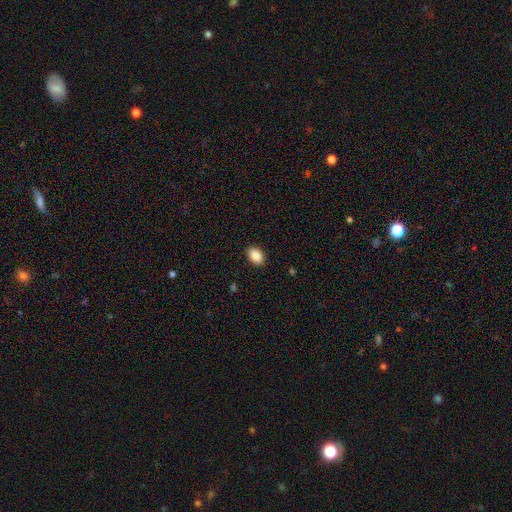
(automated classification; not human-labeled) This is clearly a smooth galaxy (89%). How rounded: clearly in between (81%). Merging: clearly none (90%).